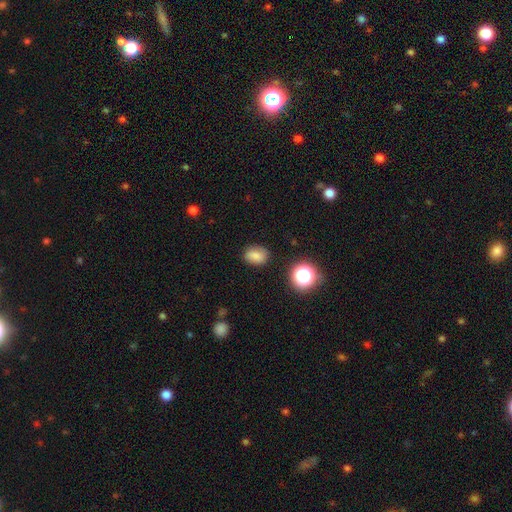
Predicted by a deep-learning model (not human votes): A smooth galaxy with no disk features (79%) that is in between round and cigar-shaped (69%). Merging: none (80%).